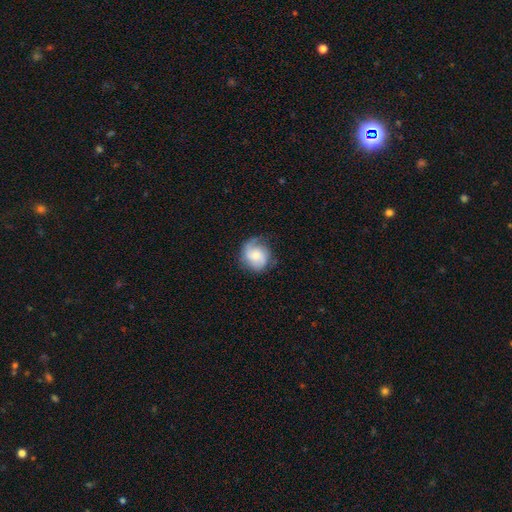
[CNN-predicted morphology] Overall: featured or disk (54%; smooth 39%). Edge-on disk: no (98%). Bar: no (63%; weak 32%). Spiral arms: yes (91%). Bulge size: moderate (42%; small 31%). Merging: none (69%).